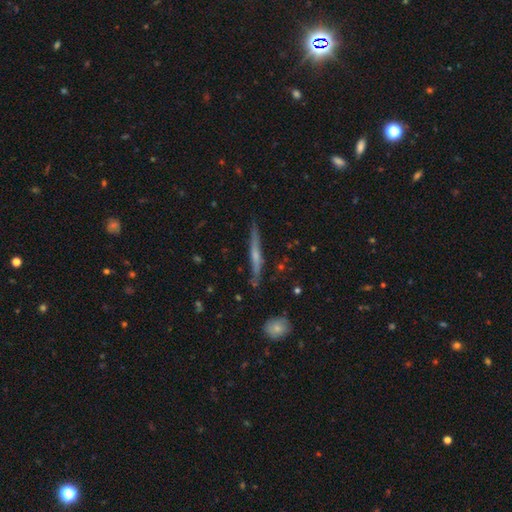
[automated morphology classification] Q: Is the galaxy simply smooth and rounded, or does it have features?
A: featured or disk — 63%.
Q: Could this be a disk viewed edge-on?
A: yes — 96%.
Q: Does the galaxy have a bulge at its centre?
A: rounded — 55%.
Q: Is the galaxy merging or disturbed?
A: none — 83%.